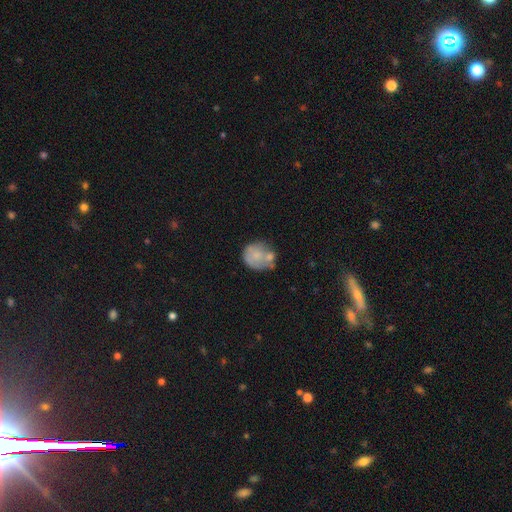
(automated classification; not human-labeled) Q: Smooth or featured?
A: smooth (64%); runner-up: featured or disk (29%)
Q: How rounded?
A: round (77%); runner-up: in between (22%)
Q: Merging?
A: none (40%); runner-up: merger (27%)